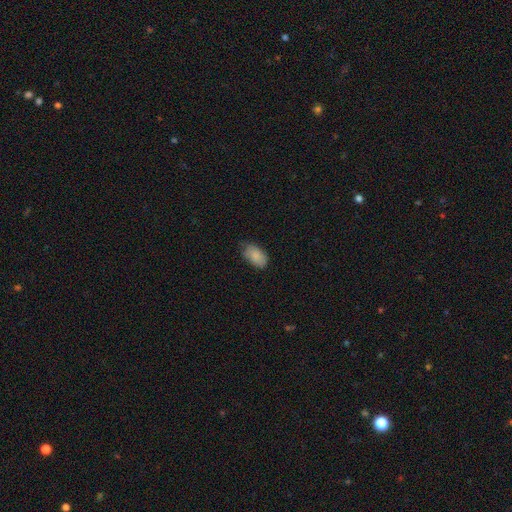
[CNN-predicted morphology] This appears to be a smooth galaxy with no disk features (86%) that is in between round and cigar-shaped (92%). Merging: none (65%).